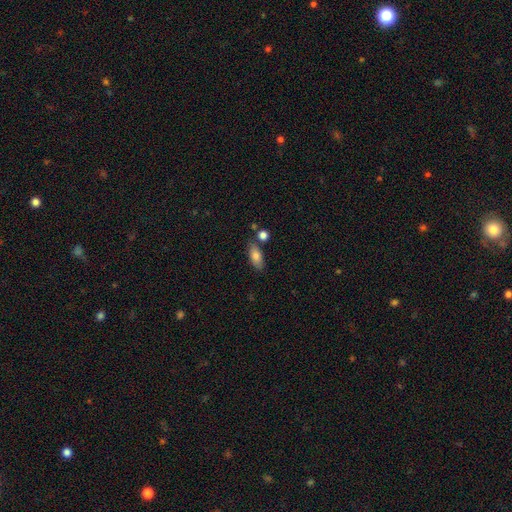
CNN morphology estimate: Q: Smooth or featured?
A: smooth (80%); runner-up: featured or disk (13%)
Q: How rounded?
A: in between (82%); runner-up: cigar-shaped (14%)
Q: Merging?
A: none (73%); runner-up: minor disturbance (14%)